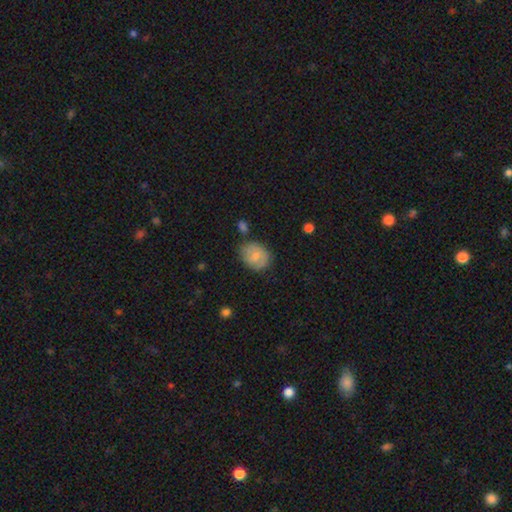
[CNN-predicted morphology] A smooth galaxy with no disk features (64%) that is round (54%). Merging: none (65%).